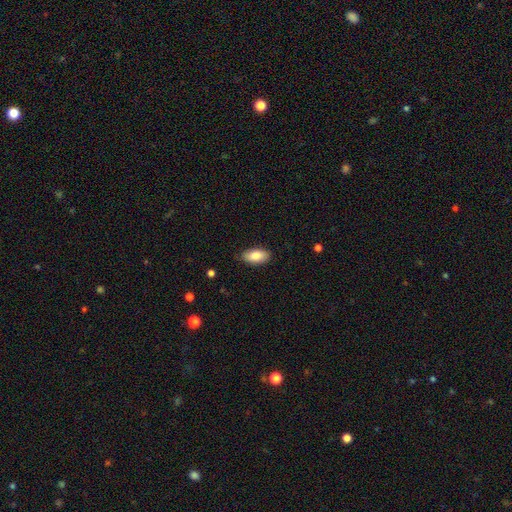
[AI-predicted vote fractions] smooth_or_featured: smooth (p=0.83) [alt: featured or disk p=0.10]
how_rounded: in between (p=0.93) [alt: cigar-shaped p=0.04]
merging: none (p=0.84) [alt: minor disturbance p=0.13]